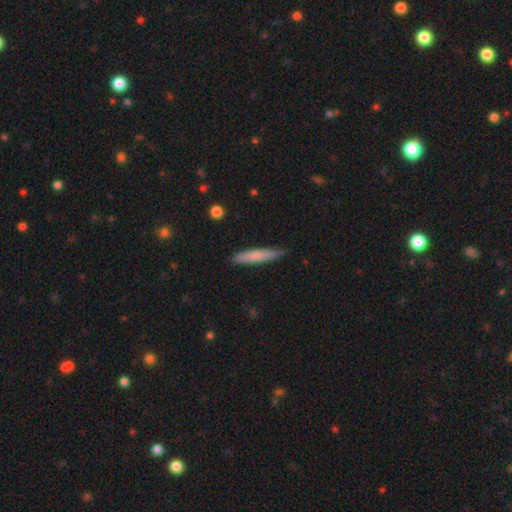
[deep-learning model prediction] Smooth or featured?
  - smooth: 73% *
  - featured or disk: 22%
  - star or artifact: 5%
How rounded?
  - cigar-shaped: 91% *
  - in between: 8%
  - round: 1%
Merging?
  - none: 85% *
  - minor disturbance: 12%
  - major disturbance: 2%
  - merger: 1%